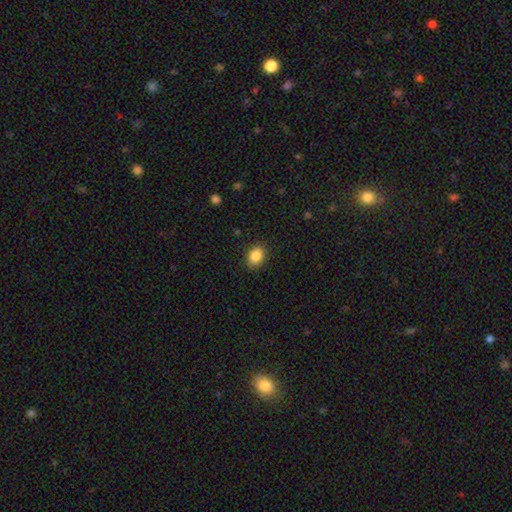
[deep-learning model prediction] Smooth or featured? Predicted: smooth (p=0.87). How rounded? Predicted: in between (p=0.62). Merging? Predicted: none (p=0.88).